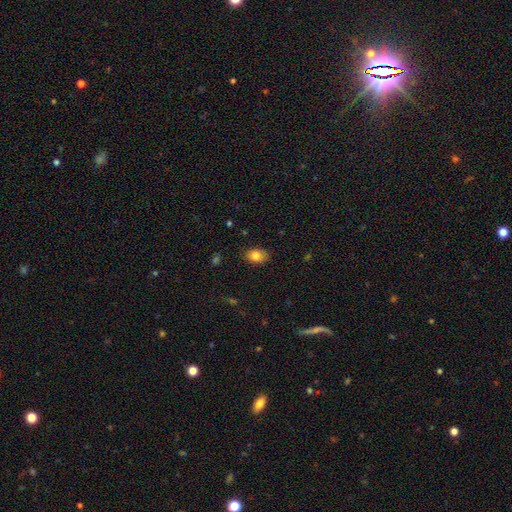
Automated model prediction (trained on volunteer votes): smooth 82%, featured or disk 9%, star or artifact 9%. Down the decision tree: how rounded — in between (77%); merging — none (82%).